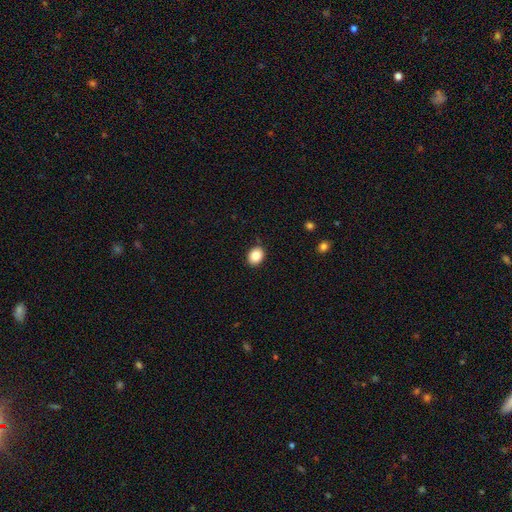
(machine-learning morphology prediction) This is clearly a smooth galaxy (85%). How rounded: possibly in between (56%). Merging: clearly none (87%).